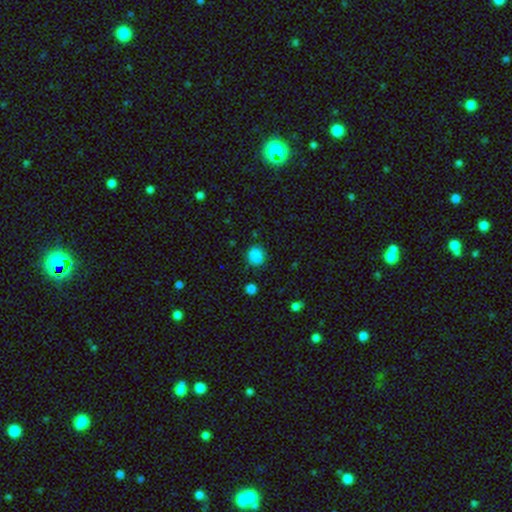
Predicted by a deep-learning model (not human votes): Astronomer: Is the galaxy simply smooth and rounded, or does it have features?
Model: smooth — 85%.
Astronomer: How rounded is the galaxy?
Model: round — 51% (runner-up: in between, 48%).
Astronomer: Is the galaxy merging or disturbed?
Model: none — 78%.